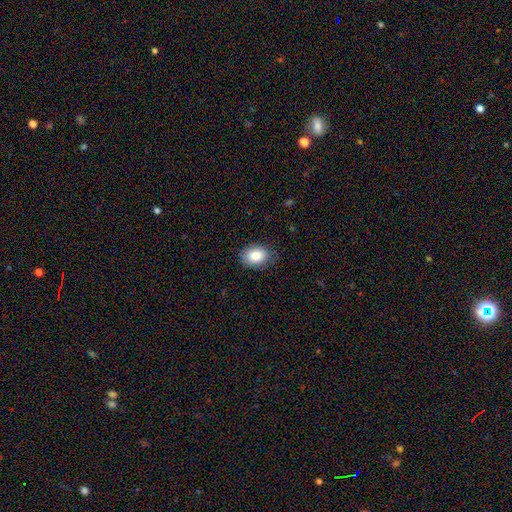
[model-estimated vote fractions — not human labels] This is clearly a smooth galaxy (84%). How rounded: likely in between (71%). Merging: likely none (79%).